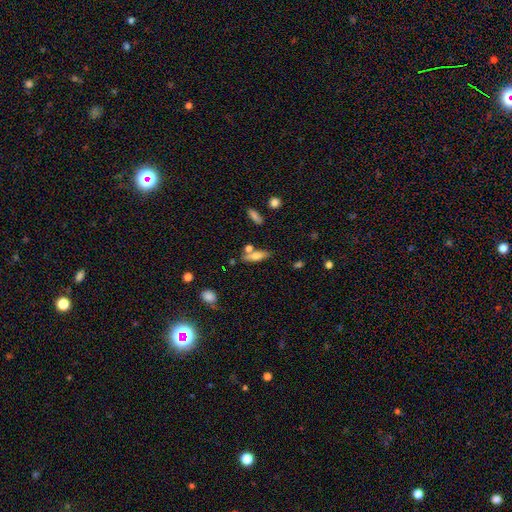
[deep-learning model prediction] Smooth or featured? Predicted: smooth (p=0.71). How rounded? Predicted: in between (p=0.55). Merging? Predicted: none (p=0.60).